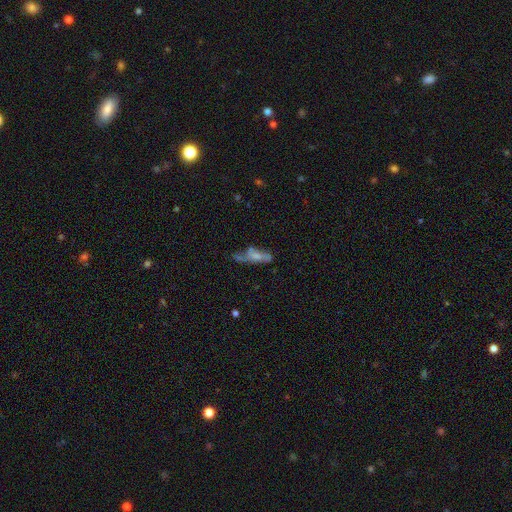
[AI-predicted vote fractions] This is possibly a smooth galaxy (48%). Merging: marginally none (37%).